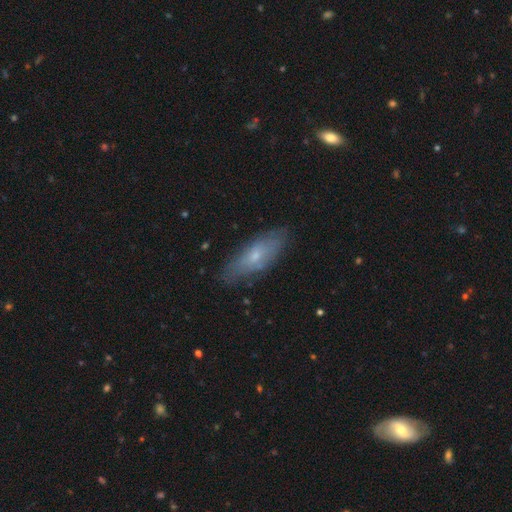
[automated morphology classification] Overall: smooth (53%; featured or disk 40%). How rounded: in between (63%; cigar-shaped 35%). Merging: none (78%).